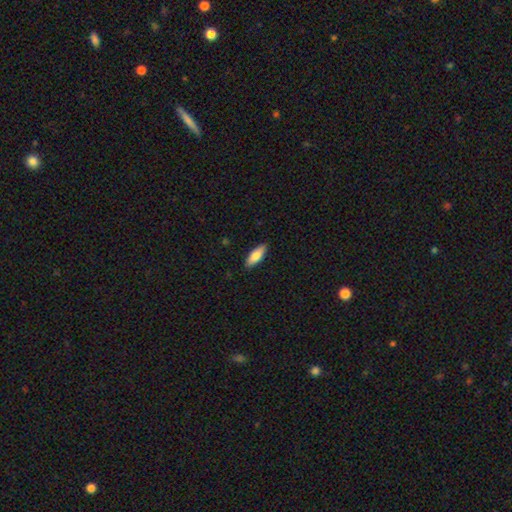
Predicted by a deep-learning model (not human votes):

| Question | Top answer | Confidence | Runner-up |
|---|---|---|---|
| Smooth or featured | smooth | 79% | featured or disk (15%) |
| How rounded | in between | 63% | cigar-shaped (35%) |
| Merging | none | 89% | minor disturbance (9%) |